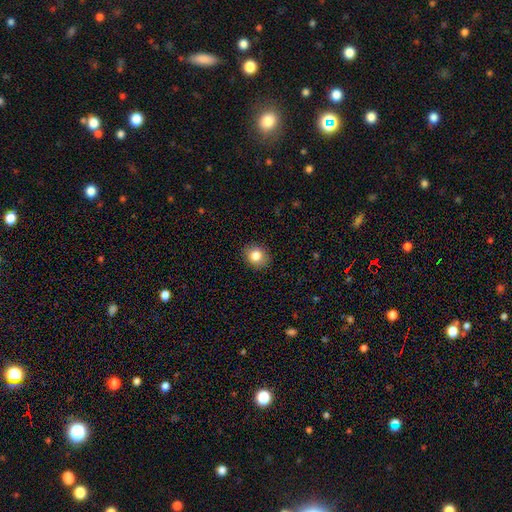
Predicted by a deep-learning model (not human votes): Morphology: type=smooth (83%); roundness=round (73%); merging=none (90%).